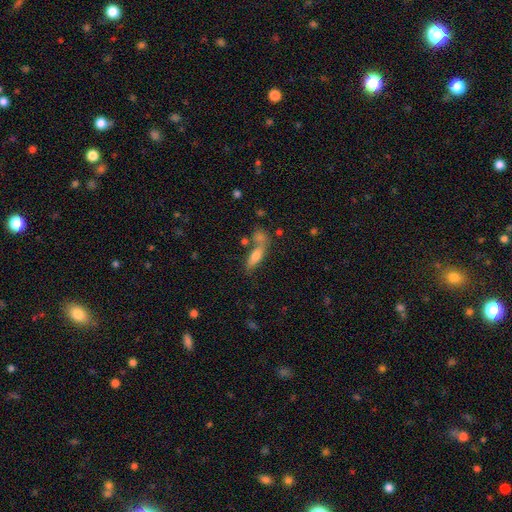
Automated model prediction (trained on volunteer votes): Smooth or featured? Predicted: smooth (p=0.65). How rounded? Predicted: cigar-shaped (p=0.51). Merging? Predicted: none (p=0.50).